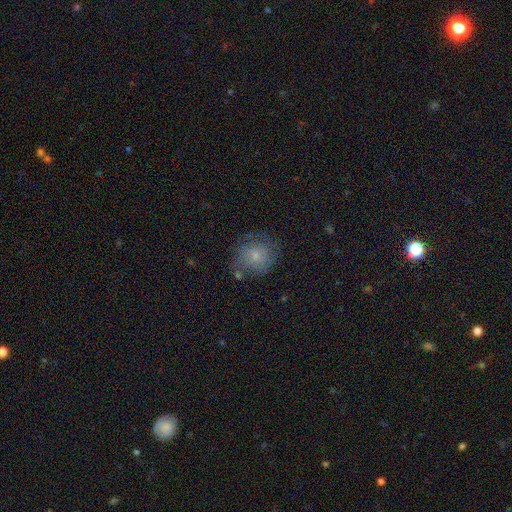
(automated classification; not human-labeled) A smooth galaxy with no disk features (68%) that is round (81%).

Vote fractions:
- Smooth or featured? smooth: 68% / featured or disk: 22% / star or artifact: 9%
- How rounded? round: 81% / in between: 18% / cigar-shaped: 1%
- Merging? none: 62% / minor disturbance: 22% / major disturbance: 11% / merger: 5%